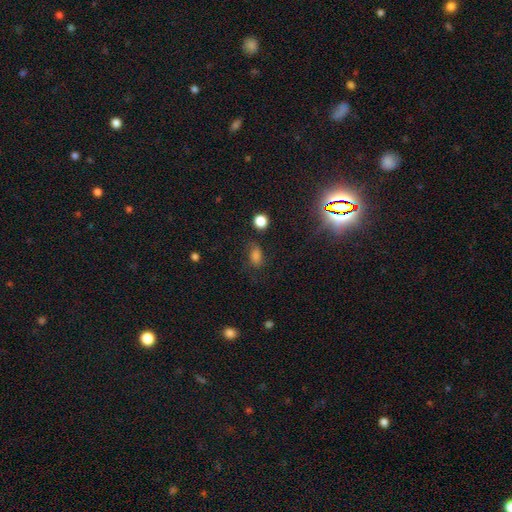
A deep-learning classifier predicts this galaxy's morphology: Overall: smooth (60%; star or artifact 25%). How rounded: in between (78%). Merging: none (60%; minor disturbance 24%).